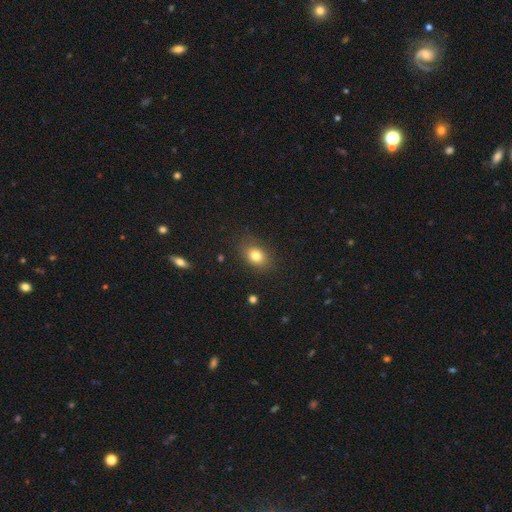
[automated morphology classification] Overall: smooth (80%). How rounded: in between (66%; round 32%). Merging: none (84%).